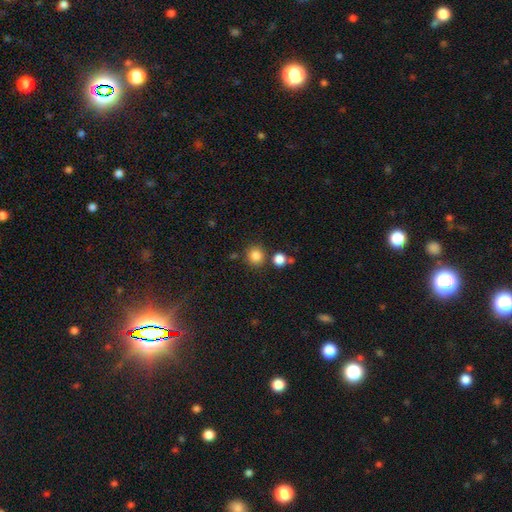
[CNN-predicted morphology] smooth-or-featured: smooth: 84% | star or artifact: 11% | featured or disk: 4%
  how-rounded: round: 91% | in between: 8% | cigar-shaped: 1%
  merging: none: 79% | merger: 10% | minor disturbance: 8% | major disturbance: 3%